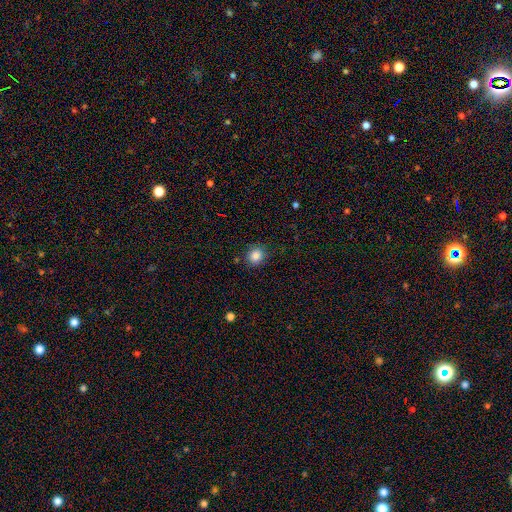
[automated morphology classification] smooth 85%, star or artifact 10%, featured or disk 4%. Down the decision tree: how rounded — round (83%); merging — none (86%).